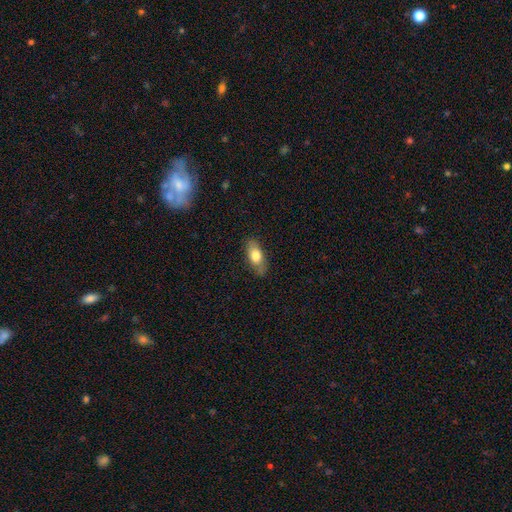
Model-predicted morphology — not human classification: Q: Smooth or featured?
A: smooth (71%); runner-up: featured or disk (22%)
Q: How rounded?
A: in between (80%); runner-up: cigar-shaped (15%)
Q: Merging?
A: none (78%); runner-up: minor disturbance (17%)